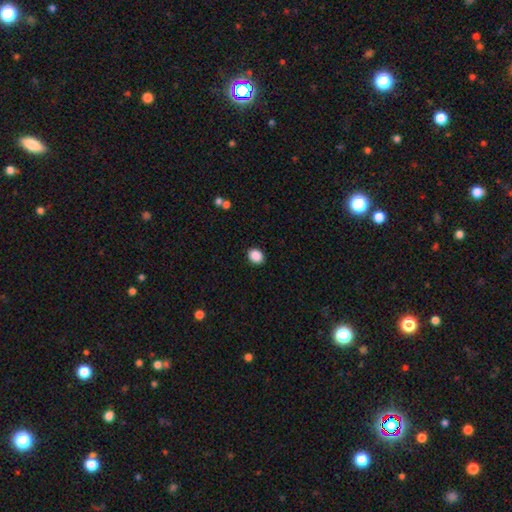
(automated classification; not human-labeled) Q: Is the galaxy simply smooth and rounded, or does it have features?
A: smooth — 89%.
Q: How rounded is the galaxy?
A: in between — 53%.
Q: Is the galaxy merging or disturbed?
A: none — 90%.